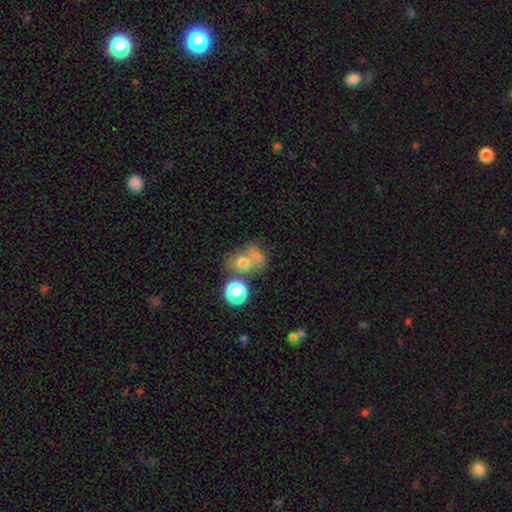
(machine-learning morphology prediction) A smooth galaxy with no disk features (67%) that is round (51%). Merging: merger (49%).